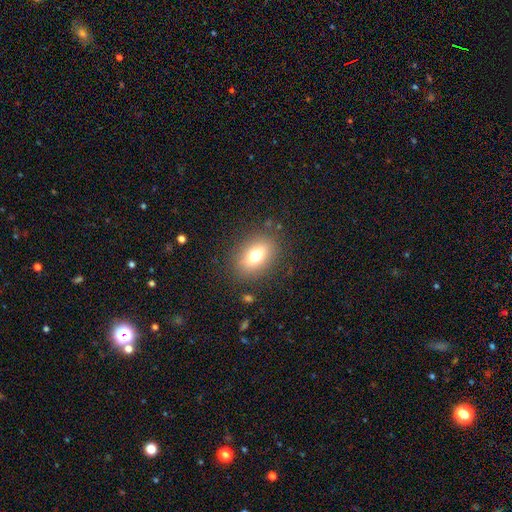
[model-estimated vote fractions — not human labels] A smooth galaxy with no disk features (74%) that is in between round and cigar-shaped (77%). Merging: none (84%).